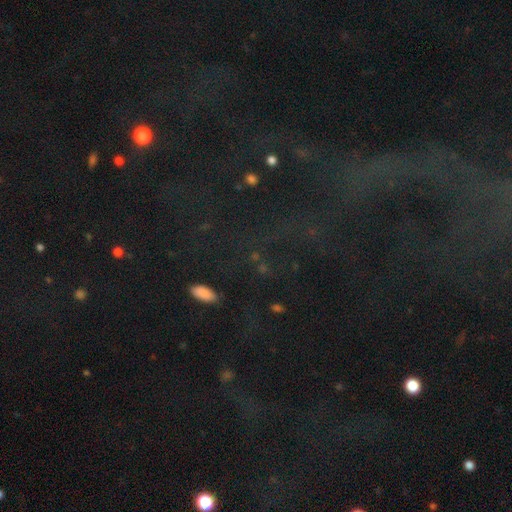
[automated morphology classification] A star or artifact, not a galaxy (62%).

Vote fractions:
- Smooth or featured? star or artifact: 62% / smooth: 21% / featured or disk: 18%